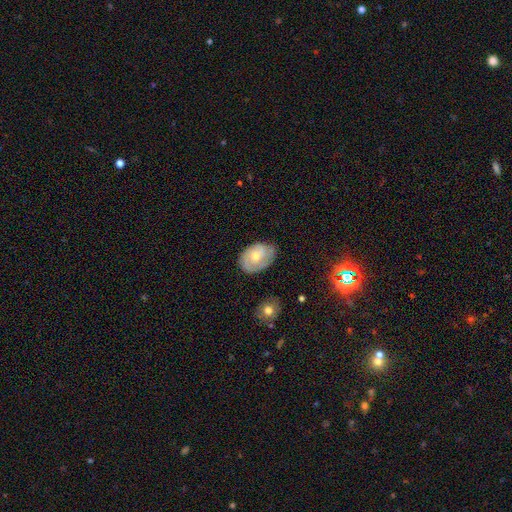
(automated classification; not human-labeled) Morphology: type=featured or disk (55%); edge-on=no (95%); bar=no (70%); spiral arms=yes (78%); bulge=moderate (52%); merging=none (68%).